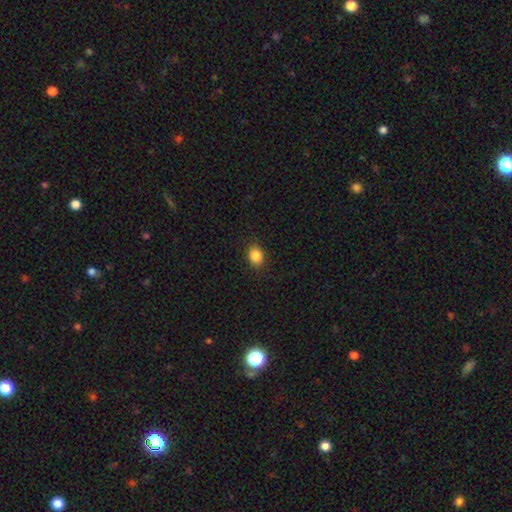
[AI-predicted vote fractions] This is clearly a smooth galaxy (86%). How rounded: possibly round (51%). Merging: clearly none (89%).